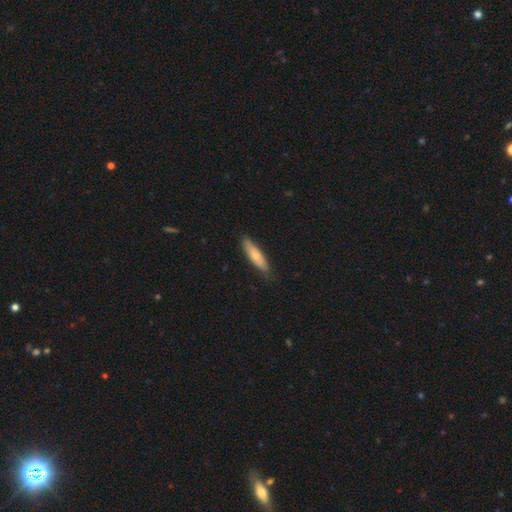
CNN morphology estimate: smooth_or_featured: smooth (p=0.67) [alt: featured or disk p=0.27]
how_rounded: cigar-shaped (p=0.65) [alt: in between p=0.33]
merging: none (p=0.81) [alt: minor disturbance p=0.15]